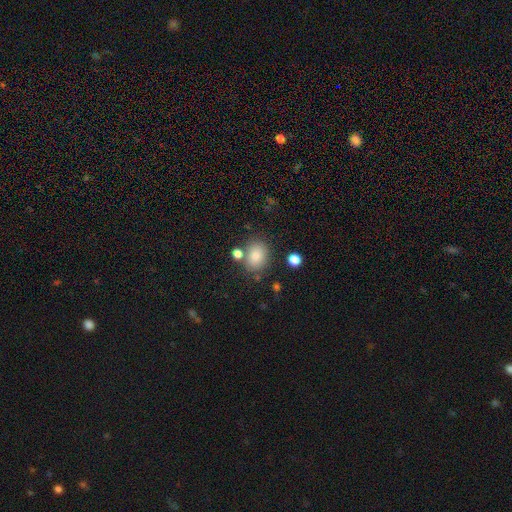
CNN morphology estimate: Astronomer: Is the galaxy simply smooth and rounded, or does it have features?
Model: smooth — 80%.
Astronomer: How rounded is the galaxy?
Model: in between — 54% (runner-up: round, 45%).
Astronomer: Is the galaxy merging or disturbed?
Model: none — 75%.